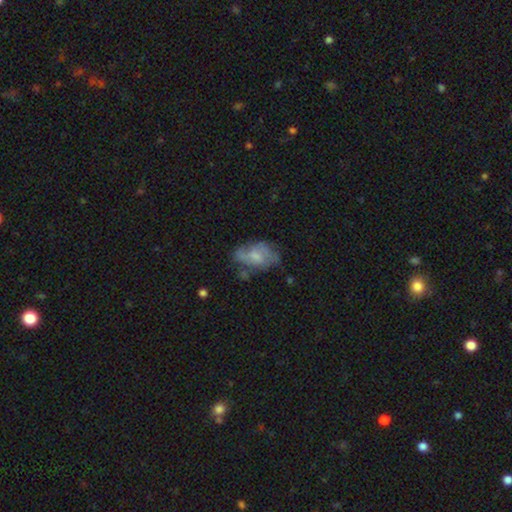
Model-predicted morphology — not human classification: Smooth or featured? Predicted: smooth (p=0.47). Merging? Predicted: none (p=0.45).